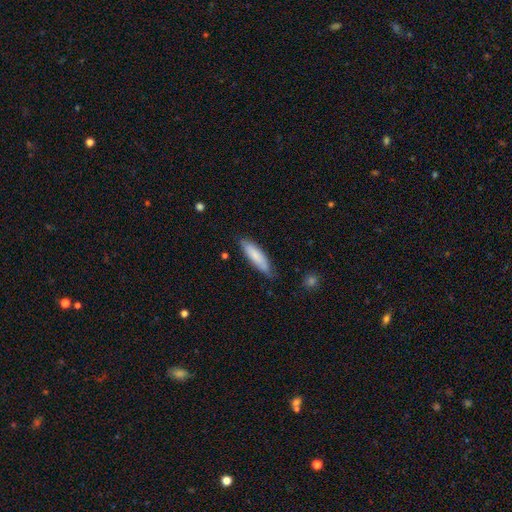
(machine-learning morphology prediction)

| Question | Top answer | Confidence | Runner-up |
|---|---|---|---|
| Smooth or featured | smooth | 81% | featured or disk (14%) |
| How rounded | cigar-shaped | 66% | in between (33%) |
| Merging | none | 76% | minor disturbance (19%) |